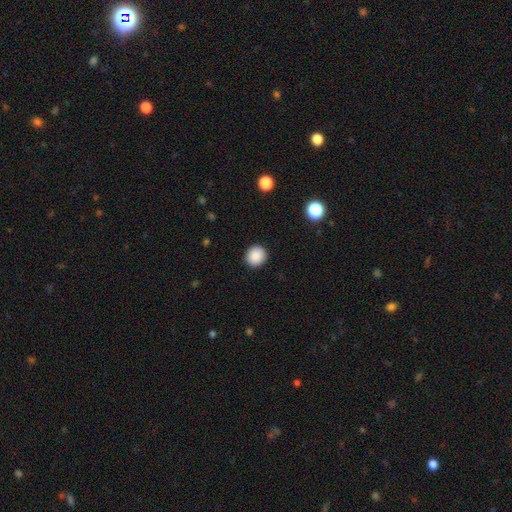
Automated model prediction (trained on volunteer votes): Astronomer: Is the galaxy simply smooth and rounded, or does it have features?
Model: smooth — 89%.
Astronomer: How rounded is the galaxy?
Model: round — 89%.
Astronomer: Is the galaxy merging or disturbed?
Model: none — 92%.